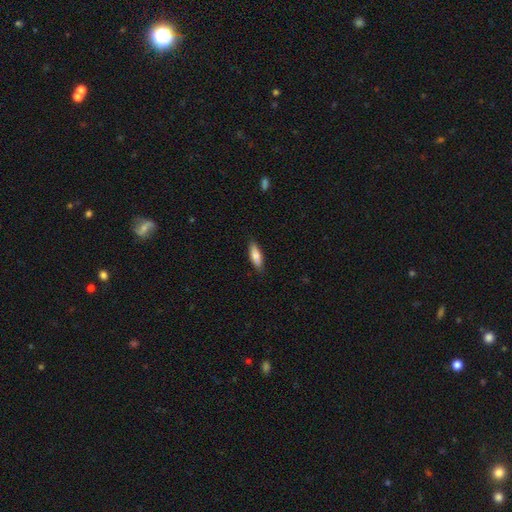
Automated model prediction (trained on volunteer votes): This is likely a smooth galaxy (75%). How rounded: possibly cigar-shaped (50%). Merging: clearly none (86%).